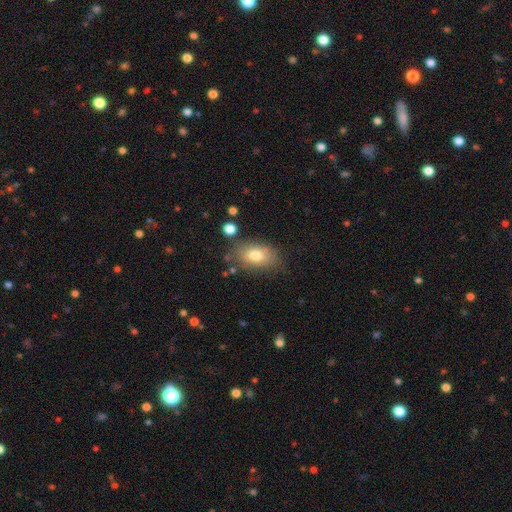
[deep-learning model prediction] Morphology: type=smooth (77%); roundness=in between (86%); merging=none (75%).